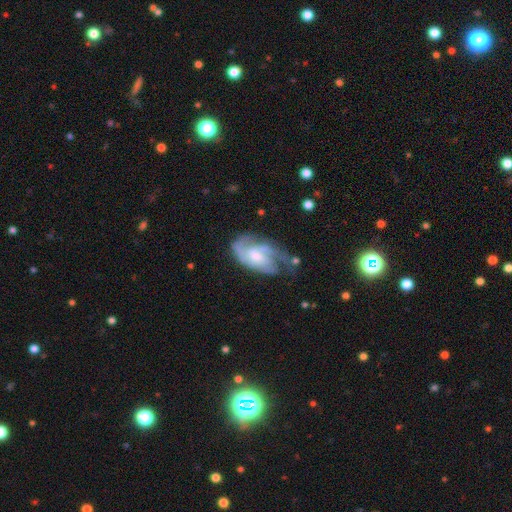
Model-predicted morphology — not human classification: smooth_or_featured: featured or disk (p=0.82) [alt: smooth p=0.12]
disk_edge_on: no (p=0.96) [alt: yes p=0.04]
bar: no (p=0.55) [alt: weak p=0.37]
has_spiral_arms: yes (p=0.94) [alt: no p=0.06]
spiral_winding: medium (p=0.46) [alt: tight p=0.37]
spiral_arm_count: 2 (p=0.46) [alt: 3 p=0.22]
bulge_size: moderate (p=0.45) [alt: small p=0.35]
merging: none (p=0.48) [alt: minor disturbance p=0.26]